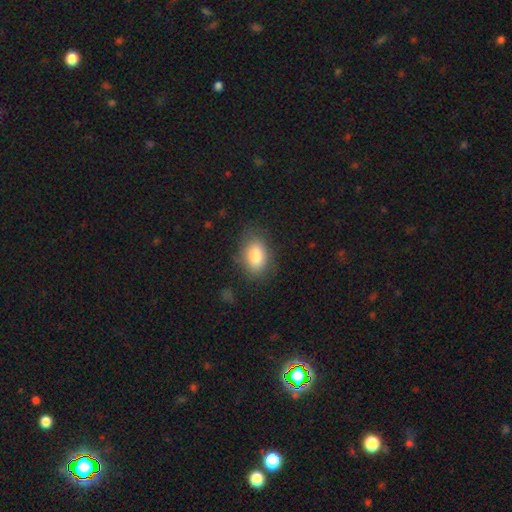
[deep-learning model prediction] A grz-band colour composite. It shows a smooth galaxy with no disk features (83%) that is in between round and cigar-shaped (85%). Merging: none (77%).